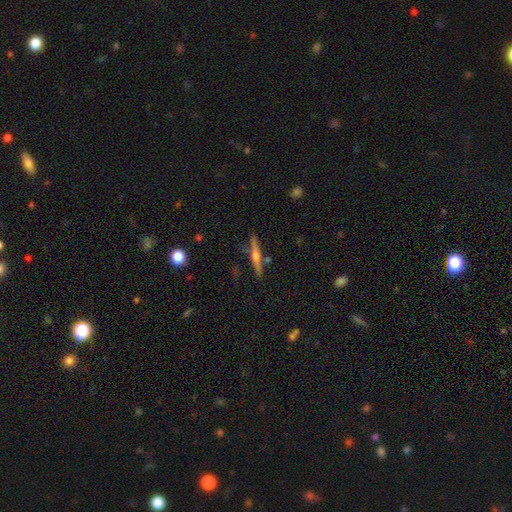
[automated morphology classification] Overall: featured or disk (73%). Edge-on disk: yes (98%). Edge-on bulge: rounded (82%). Merging: none (86%).